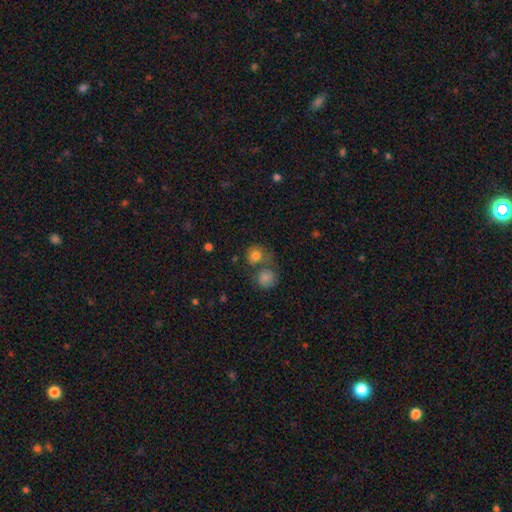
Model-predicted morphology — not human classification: This is likely a smooth galaxy (71%). How rounded: likely round (76%). Merging: marginally merger (40%).